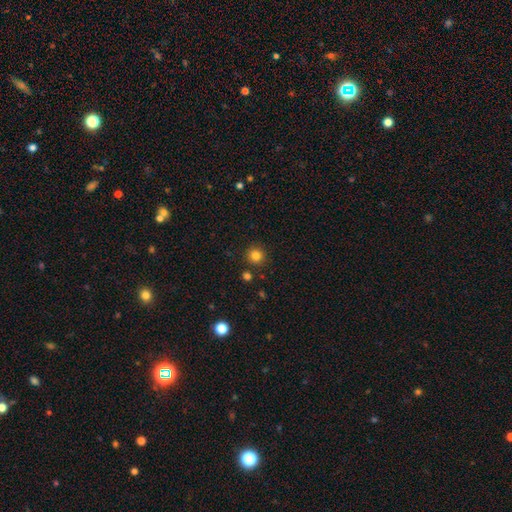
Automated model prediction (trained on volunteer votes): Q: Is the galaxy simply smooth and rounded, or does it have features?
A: smooth — 83%.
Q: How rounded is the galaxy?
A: round — 94%.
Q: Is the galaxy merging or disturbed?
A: none — 87%.